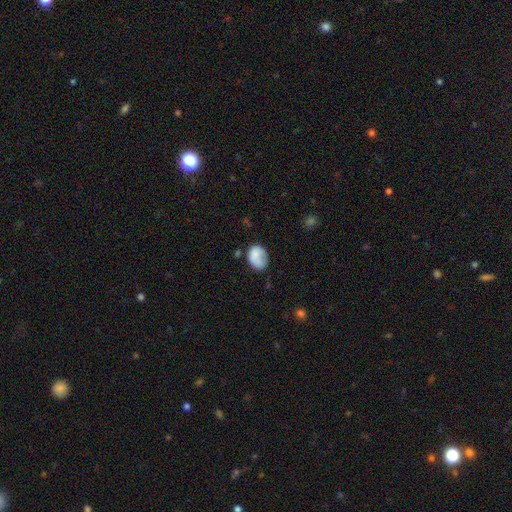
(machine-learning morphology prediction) A smooth galaxy with no disk features (79%) that is in between round and cigar-shaped (62%). Merging: none (53%).